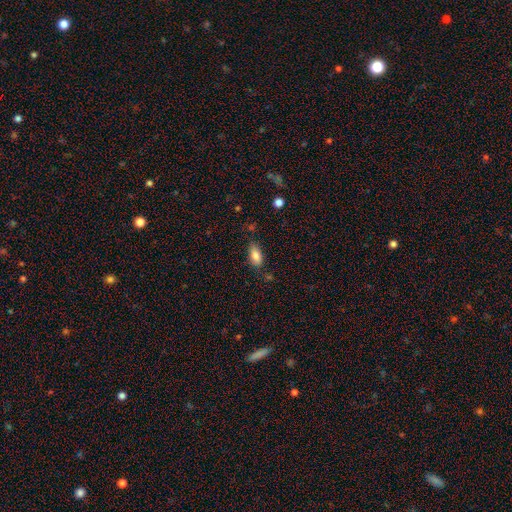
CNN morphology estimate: This is clearly a smooth galaxy (84%). How rounded: clearly in between (87%). Merging: likely none (72%).